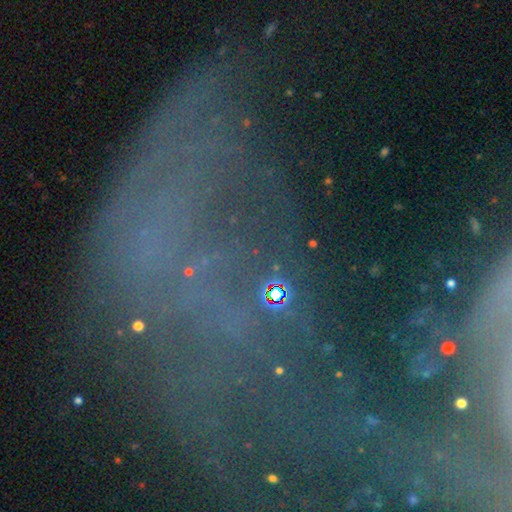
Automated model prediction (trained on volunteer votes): star or artifact 52%, featured or disk 33%, smooth 15%.